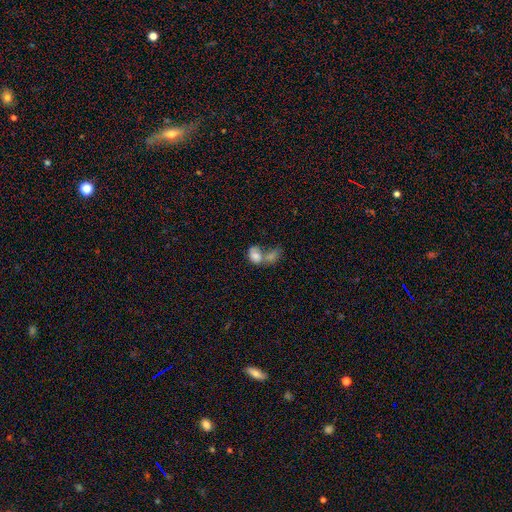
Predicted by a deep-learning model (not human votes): Smooth or featured? smooth (75%)
How rounded? in between (76%)
Merging? merger (68%)